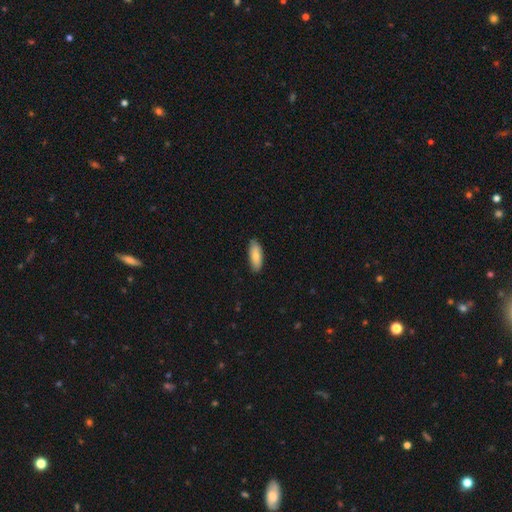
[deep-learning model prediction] Q: Smooth or featured?
A: smooth (81%); runner-up: featured or disk (13%)
Q: How rounded?
A: in between (74%); runner-up: cigar-shaped (24%)
Q: Merging?
A: none (86%); runner-up: minor disturbance (11%)